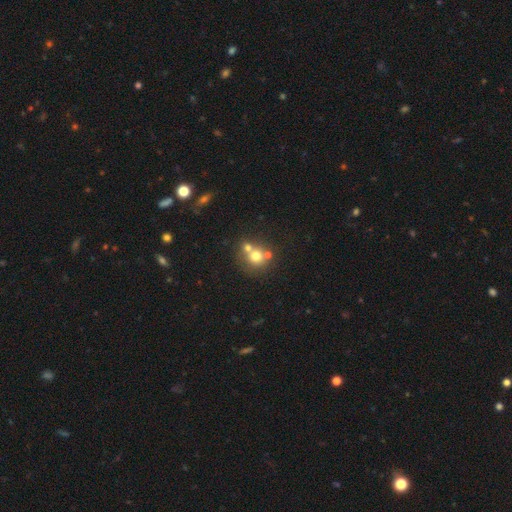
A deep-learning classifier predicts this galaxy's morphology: This appears to be a smooth galaxy with no disk features (68%) that is round (85%). Merging: merger (45%).